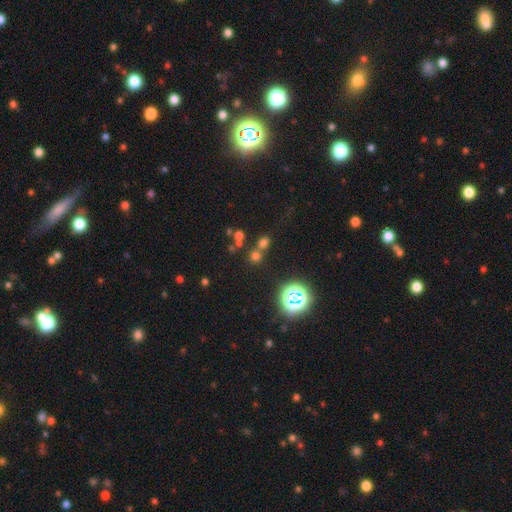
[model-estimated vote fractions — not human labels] This is possibly a smooth galaxy (54%). How rounded: clearly round (84%). Merging: possibly none (56%).